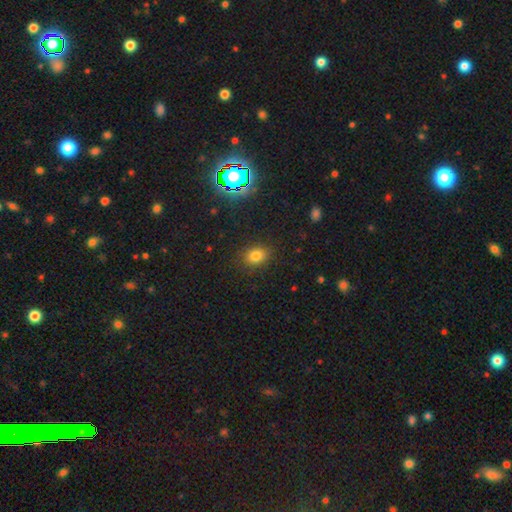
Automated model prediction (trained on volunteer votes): Smooth or featured? smooth (77%)
How rounded? in between (60%)
Merging? none (85%)